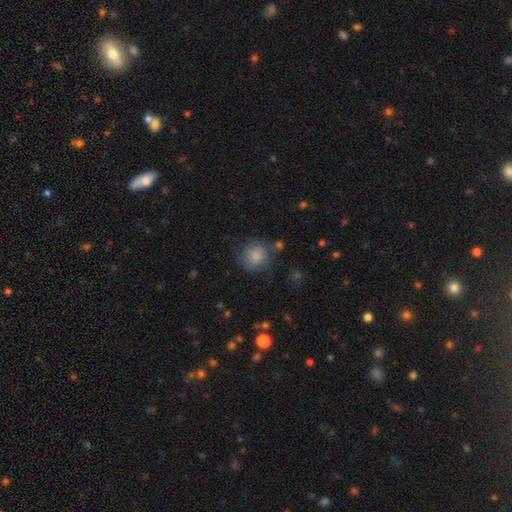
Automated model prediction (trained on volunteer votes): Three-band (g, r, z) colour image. It shows a smooth galaxy with no disk features (79%) that is round (88%). Merging: none (69%).